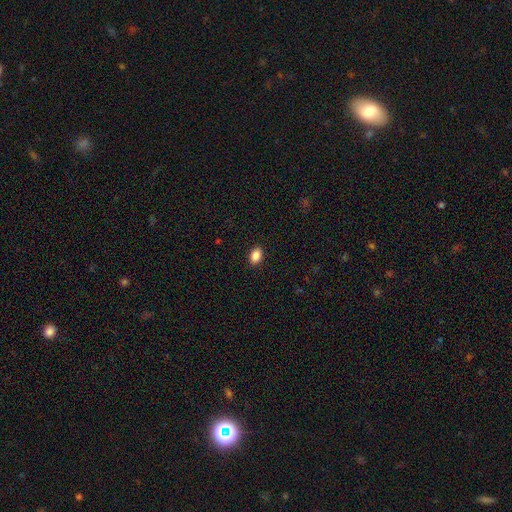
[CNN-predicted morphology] Smooth or featured: smooth — 87% (star or artifact — 9%)
How rounded: in between — 79% (round — 20%)
Merging: none — 91% (minor disturbance — 7%)